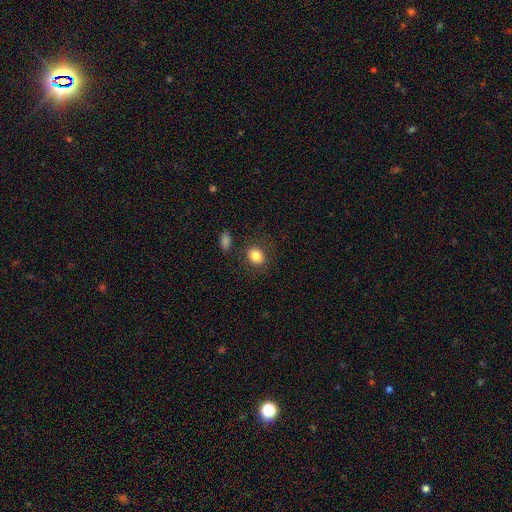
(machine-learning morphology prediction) Smooth or featured: smooth — 84% (star or artifact — 9%)
How rounded: round — 61% (in between — 38%)
Merging: none — 81% (minor disturbance — 11%)